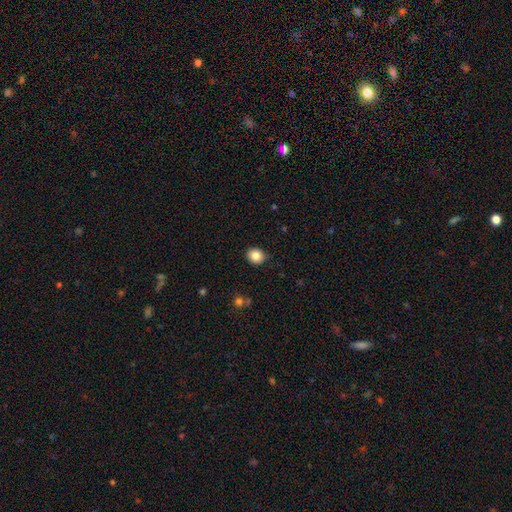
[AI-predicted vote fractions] Smooth or featured? smooth (85%)
How rounded? round (69%)
Merging? none (88%)